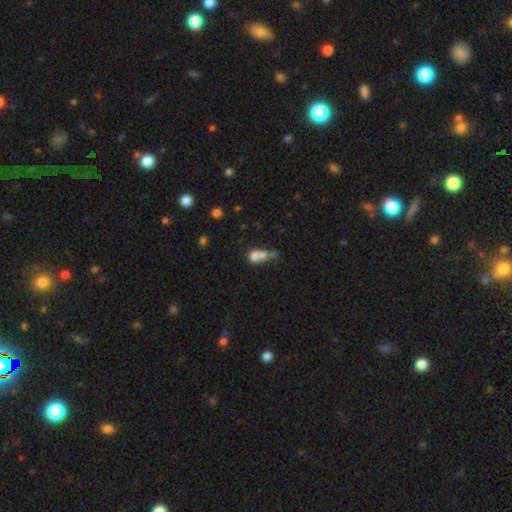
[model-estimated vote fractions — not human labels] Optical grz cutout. It shows a smooth galaxy with no disk features (65%) that is round (69%). Merging: merger (63%).